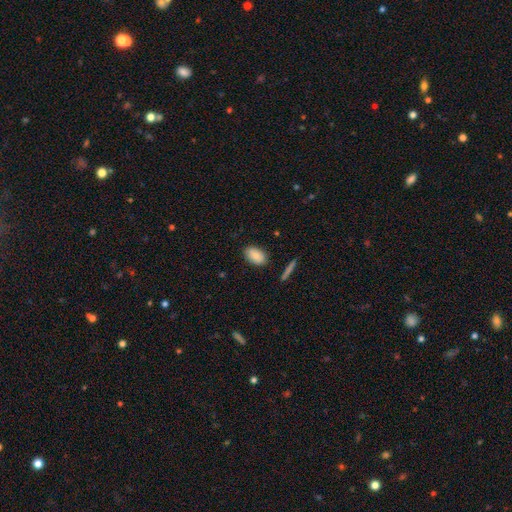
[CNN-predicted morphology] Smooth or featured? smooth (85%)
How rounded? in between (91%)
Merging? none (85%)